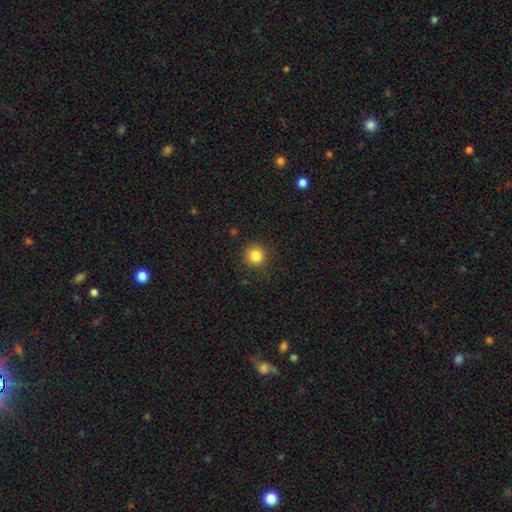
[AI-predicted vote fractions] Smooth or featured? smooth (84%)
How rounded? round (94%)
Merging? none (89%)